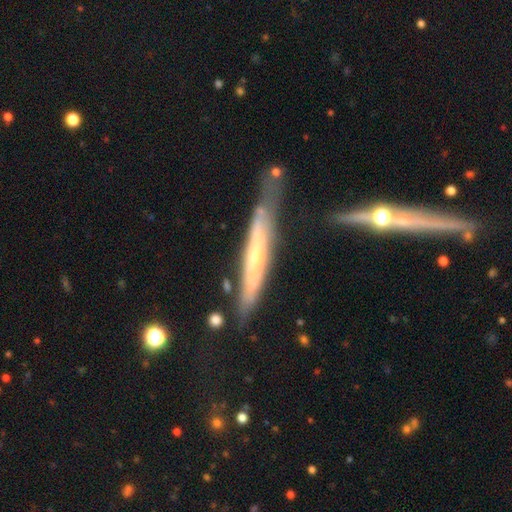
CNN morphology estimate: Smooth or featured? featured or disk (61%)
Edge-on disk? yes (81%)
Merging? none (61%)